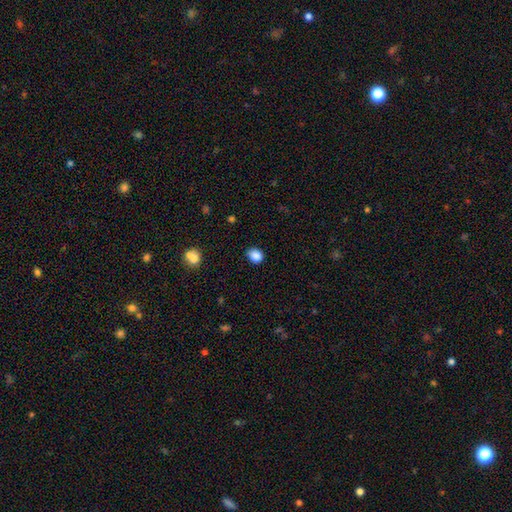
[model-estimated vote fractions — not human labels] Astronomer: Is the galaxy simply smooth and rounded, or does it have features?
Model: smooth — 86%.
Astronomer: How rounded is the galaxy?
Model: round — 64%.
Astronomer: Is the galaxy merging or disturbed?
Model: none — 81%.